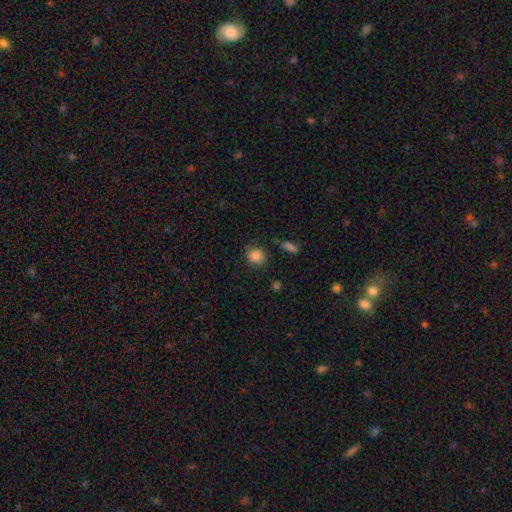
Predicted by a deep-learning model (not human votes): This is clearly a smooth galaxy (86%). How rounded: likely round (79%). Merging: likely none (80%).